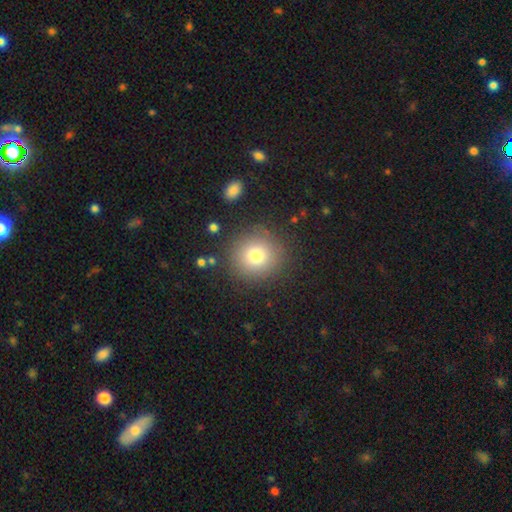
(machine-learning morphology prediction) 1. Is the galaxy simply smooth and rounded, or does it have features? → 77% smooth, 12% star or artifact, 11% featured or disk.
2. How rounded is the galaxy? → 92% round, 7% in between, 1% cigar-shaped.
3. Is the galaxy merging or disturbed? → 86% none, 8% minor disturbance, 4% major disturbance, 2% merger.